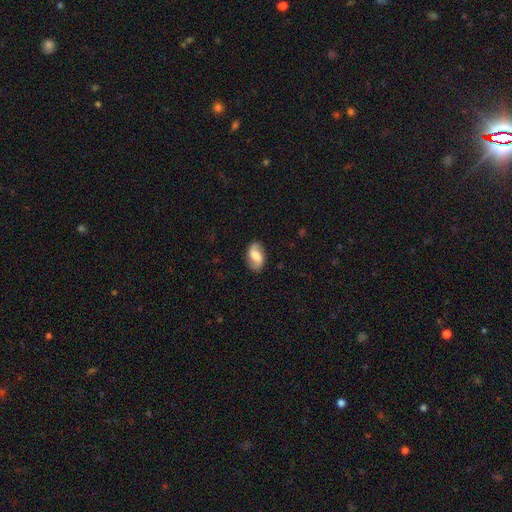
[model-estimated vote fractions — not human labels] smooth-or-featured: featured or disk: 50% | smooth: 42% | star or artifact: 8%
  disk-edge-on: no: 96% | yes: 4%
  merging: none: 82% | minor disturbance: 13% | major disturbance: 4% | merger: 1%